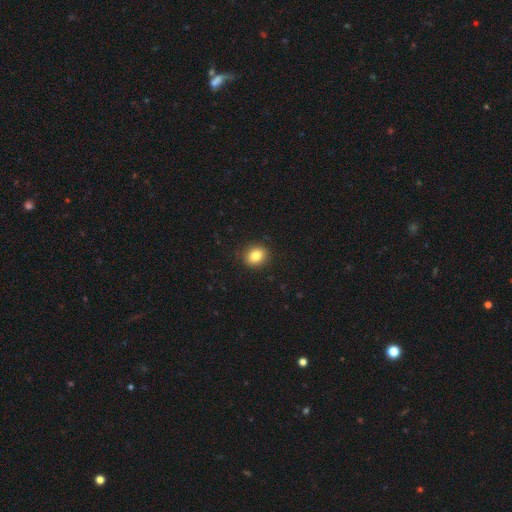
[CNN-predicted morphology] Smooth or featured? smooth (83%)
How rounded? round (65%)
Merging? none (90%)